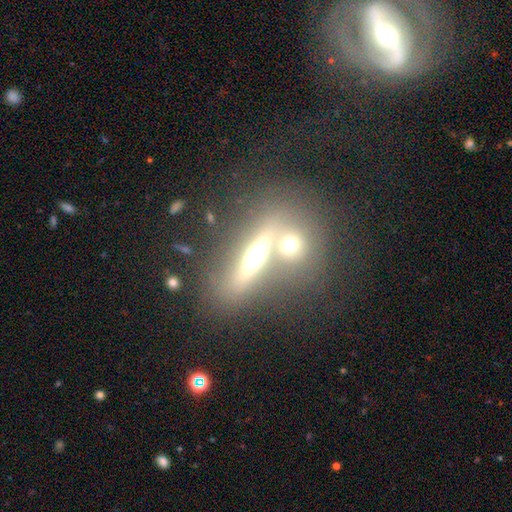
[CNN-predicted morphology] Overall: featured or disk (53%; smooth 34%). Edge-on disk: yes (75%). Merging: none (49%; merger 35%).